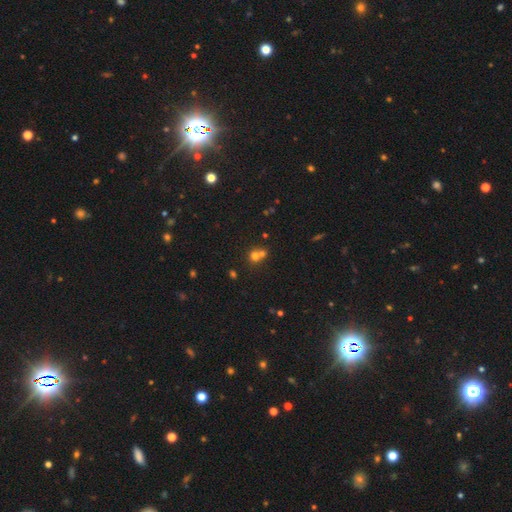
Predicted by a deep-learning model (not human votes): smooth_or_featured: smooth (p=0.66) [alt: star or artifact p=0.21]
how_rounded: round (p=0.84) [alt: in between p=0.15]
merging: merger (p=0.51) [alt: none p=0.40]